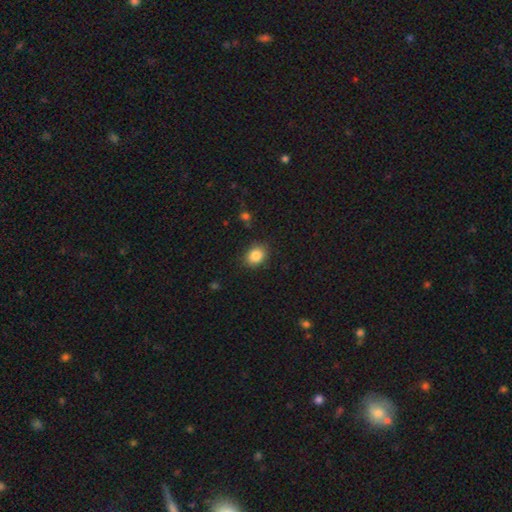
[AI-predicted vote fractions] Morphology: type=smooth (86%); roundness=in between (55%); merging=none (86%).